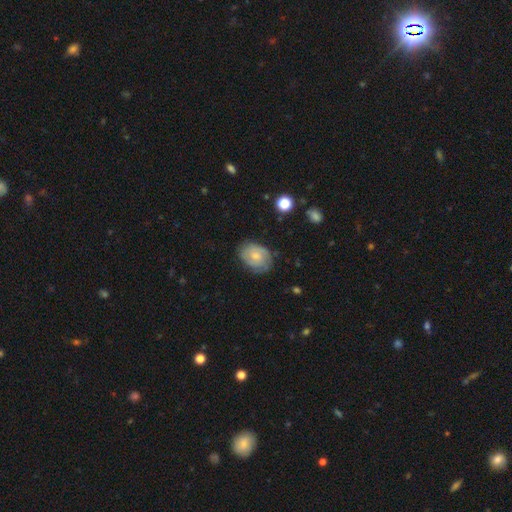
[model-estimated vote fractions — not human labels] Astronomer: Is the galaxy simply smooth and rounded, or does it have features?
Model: featured or disk — 53% (runner-up: smooth, 40%).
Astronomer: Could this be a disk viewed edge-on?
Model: no — 97%.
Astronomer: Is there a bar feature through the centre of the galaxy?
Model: no — 65%.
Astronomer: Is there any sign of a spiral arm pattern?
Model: yes — 85%.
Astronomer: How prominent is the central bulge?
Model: small — 47% (runner-up: moderate, 42%).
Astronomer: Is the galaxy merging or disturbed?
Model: none — 73%.